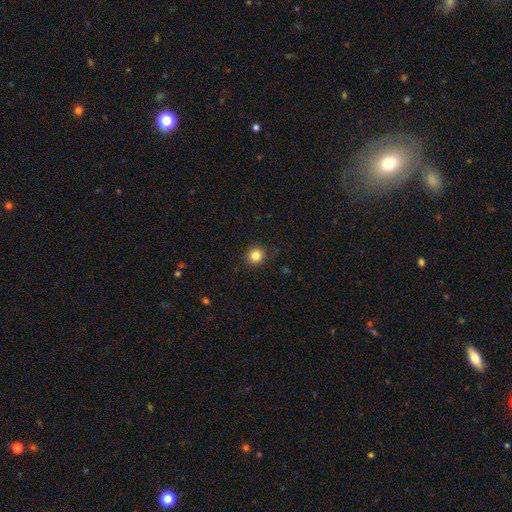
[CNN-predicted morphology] A smooth galaxy with no disk features (83%) that is round (90%).

Vote fractions:
- Smooth or featured? smooth: 83% / star or artifact: 12% / featured or disk: 5%
- How rounded? round: 90% / in between: 9% / cigar-shaped: 1%
- Merging? none: 90% / minor disturbance: 7% / major disturbance: 2% / merger: 1%